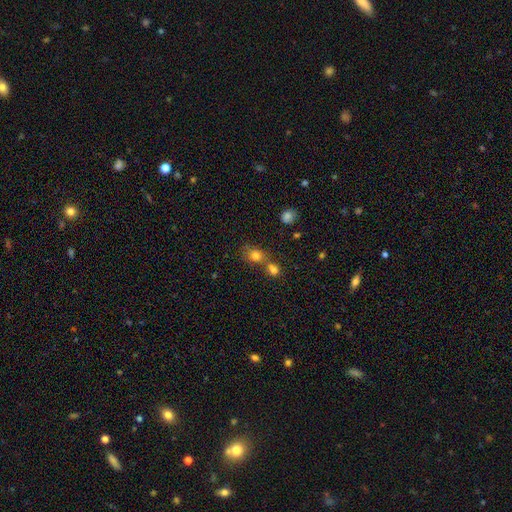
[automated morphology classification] smooth-or-featured: smooth: 78% | star or artifact: 13% | featured or disk: 9%
  how-rounded: round: 60% | in between: 38% | cigar-shaped: 1%
  merging: none: 49% | merger: 36% | minor disturbance: 11% | major disturbance: 4%